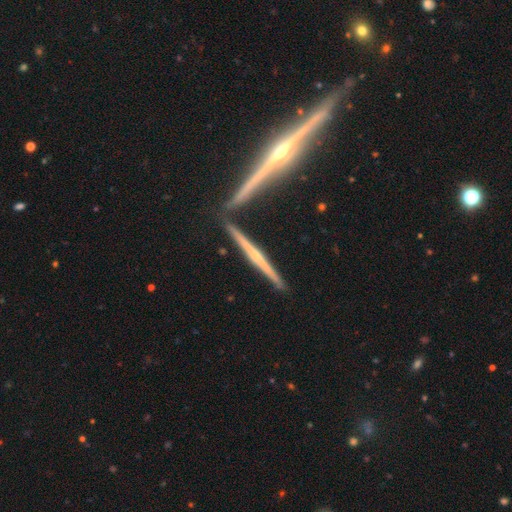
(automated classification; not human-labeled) smooth-or-featured: featured or disk: 73% | smooth: 20% | star or artifact: 7%
  disk-edge-on: yes: 97% | no: 3%
    edge-on-bulge: none: 46% | rounded: 44% | boxy: 11%
  merging: none: 80% | merger: 9% | minor disturbance: 8% | major disturbance: 2%